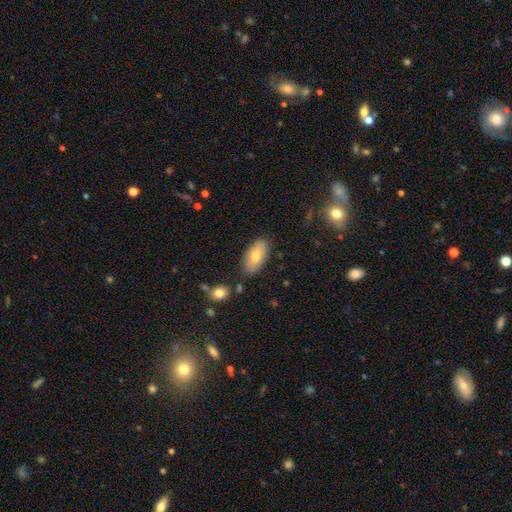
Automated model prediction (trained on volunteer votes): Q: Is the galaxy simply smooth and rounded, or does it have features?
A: smooth — 74%.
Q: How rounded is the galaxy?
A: in between — 93%.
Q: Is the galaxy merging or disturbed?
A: none — 80%.